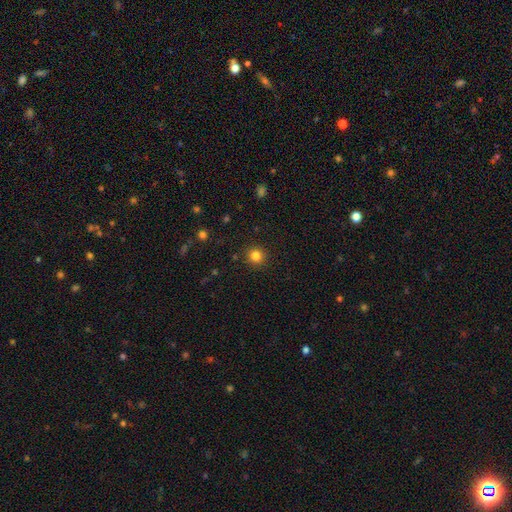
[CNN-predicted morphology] This is clearly a smooth galaxy (82%). How rounded: clearly round (93%). Merging: clearly none (91%).